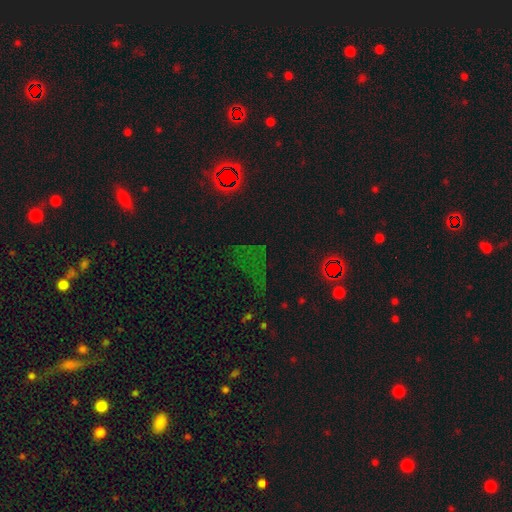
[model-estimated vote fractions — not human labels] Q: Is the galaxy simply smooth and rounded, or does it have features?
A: star or artifact — 66%.